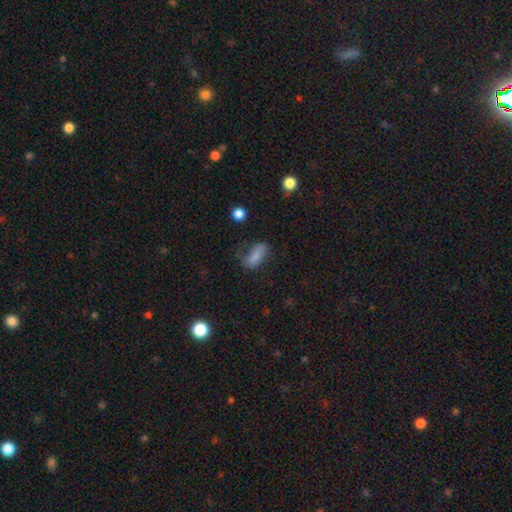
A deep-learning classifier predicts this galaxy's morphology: type=smooth (74%); roundness=in between (87%); merging=none (48%).